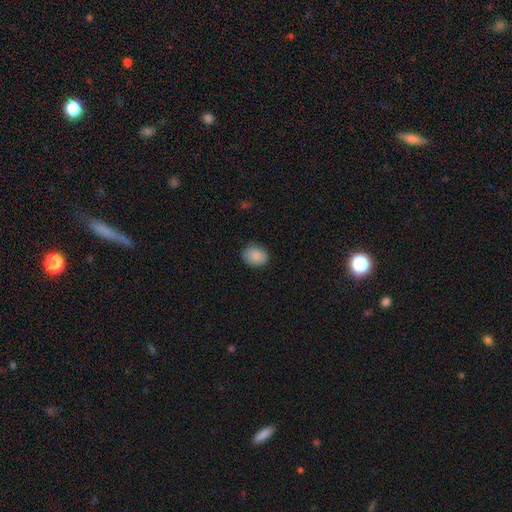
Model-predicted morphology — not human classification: smooth 87%, star or artifact 8%, featured or disk 5%. Down the decision tree: how rounded — in between (51%); merging — none (84%).